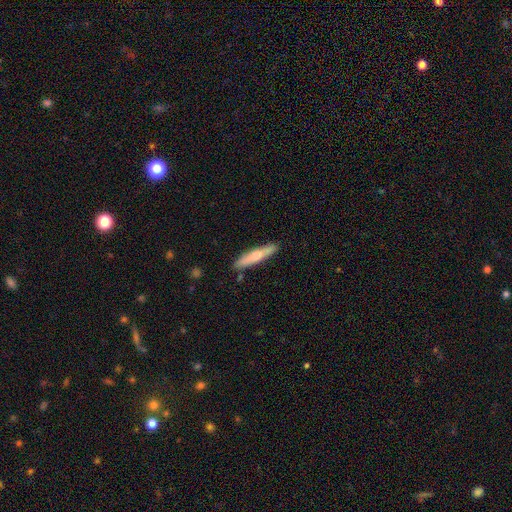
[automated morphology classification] The model was most divided on "smooth or featured": smooth: 57%, featured or disk: 38%, star or artifact: 5%. More confident: how rounded — cigar-shaped (89%); merging — none (88%).